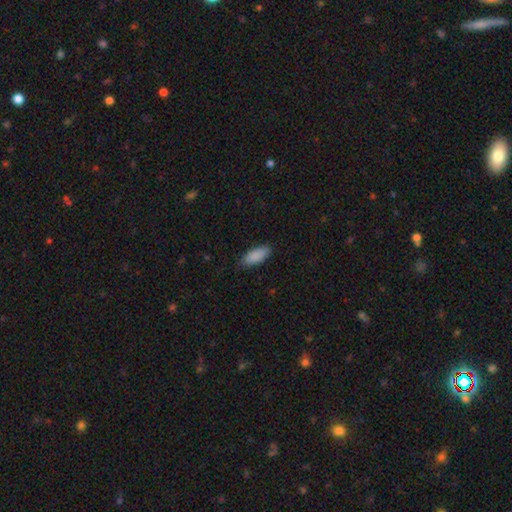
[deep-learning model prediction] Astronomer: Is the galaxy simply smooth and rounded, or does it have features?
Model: smooth — 89%.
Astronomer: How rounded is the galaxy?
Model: in between — 84%.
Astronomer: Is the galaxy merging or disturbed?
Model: none — 81%.